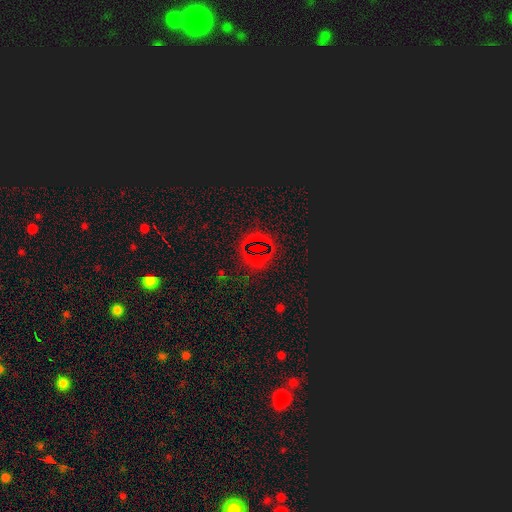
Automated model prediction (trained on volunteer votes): This is likely a star or artifact rather than a galaxy (79%).